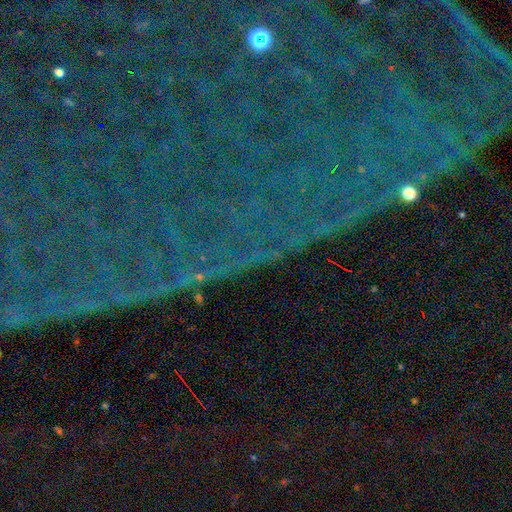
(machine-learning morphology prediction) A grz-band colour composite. It shows a star or artifact, not a galaxy (87%).